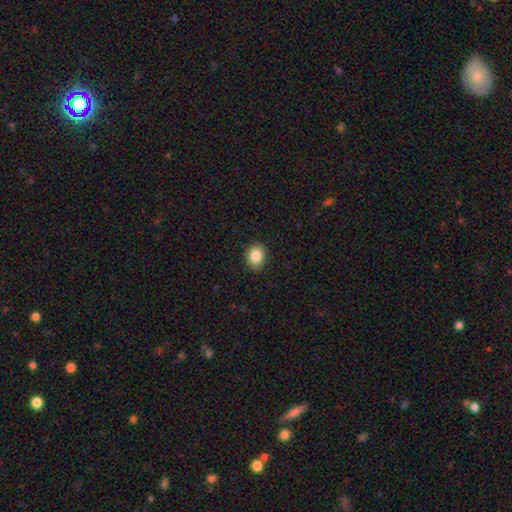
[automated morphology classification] Smooth or featured? smooth (87%)
How rounded? in between (51%)
Merging? none (89%)